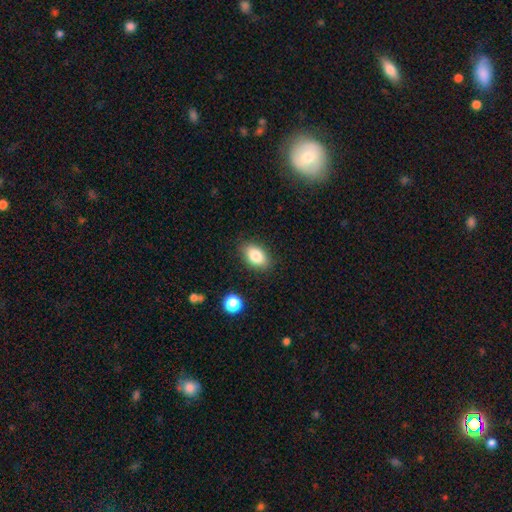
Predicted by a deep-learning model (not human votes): A smooth galaxy with no disk features (83%) that is in between round and cigar-shaped (88%). Merging: none (85%).